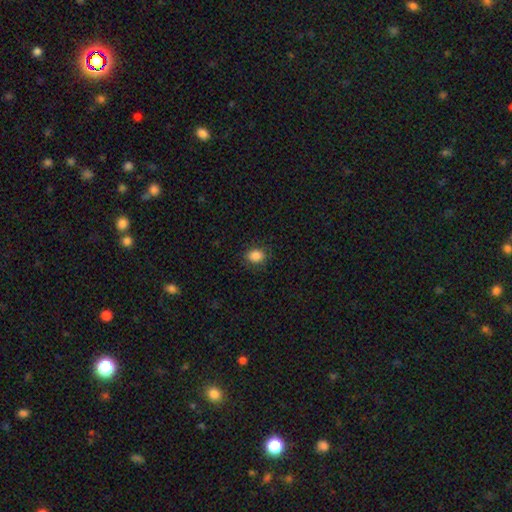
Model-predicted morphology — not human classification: smooth 87%, star or artifact 10%, featured or disk 3%. Down the decision tree: how rounded — in between (58%); merging — none (85%).